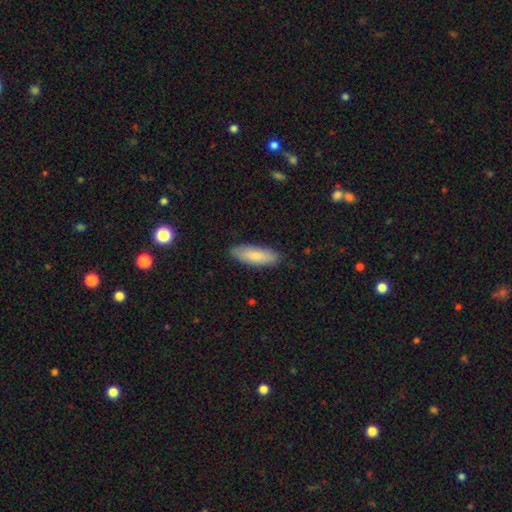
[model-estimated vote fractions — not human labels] Smooth or featured?
  - smooth: 82% *
  - featured or disk: 12%
  - star or artifact: 6%
How rounded?
  - in between: 61% *
  - cigar-shaped: 38%
  - round: 2%
Merging?
  - none: 86% *
  - minor disturbance: 11%
  - major disturbance: 2%
  - merger: 1%